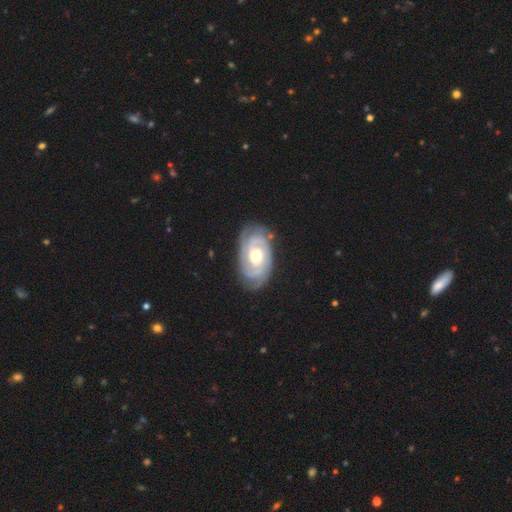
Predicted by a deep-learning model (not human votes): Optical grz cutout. It shows a featured or disk galaxy (88%) with no bar (64%), 2 (33%) tight (73%) spiral arms (97%) and a moderate central bulge (73%). Merging: none (80%).